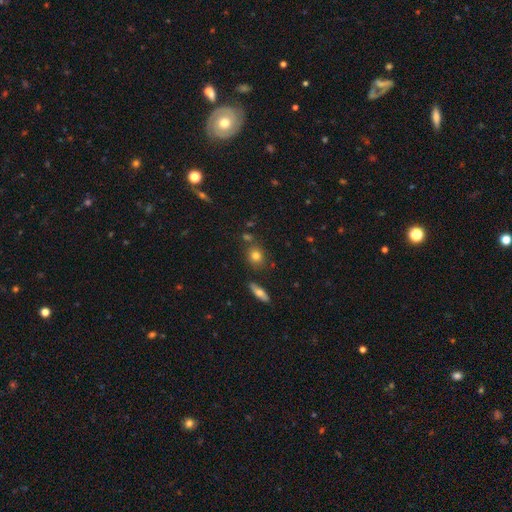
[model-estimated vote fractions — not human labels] Smooth or featured?
  - smooth: 78% *
  - featured or disk: 11%
  - star or artifact: 11%
How rounded?
  - round: 63% *
  - in between: 34%
  - cigar-shaped: 3%
Merging?
  - none: 75% *
  - minor disturbance: 12%
  - merger: 9%
  - major disturbance: 3%